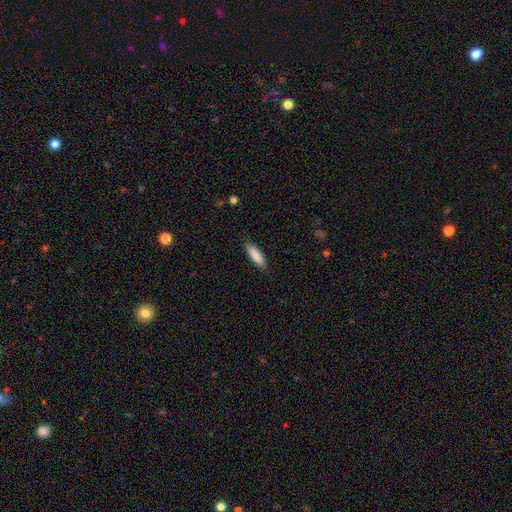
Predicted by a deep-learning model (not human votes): Q: Smooth or featured?
A: smooth (85%); runner-up: featured or disk (9%)
Q: How rounded?
A: cigar-shaped (62%); runner-up: in between (37%)
Q: Merging?
A: none (88%); runner-up: minor disturbance (9%)